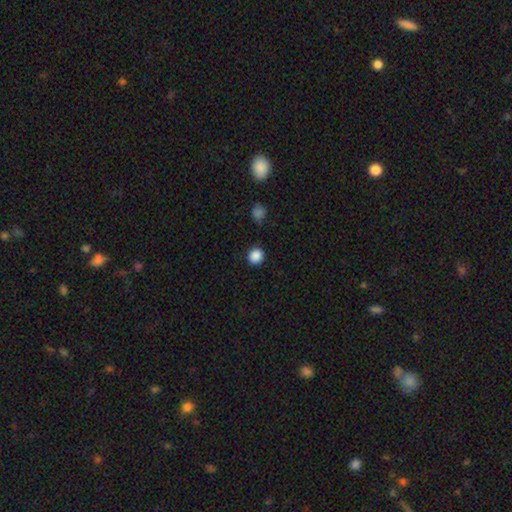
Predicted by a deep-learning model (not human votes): smooth_or_featured: smooth (p=0.87) [alt: star or artifact p=0.11]
how_rounded: round (p=0.91) [alt: in between p=0.08]
merging: none (p=0.88) [alt: minor disturbance p=0.08]